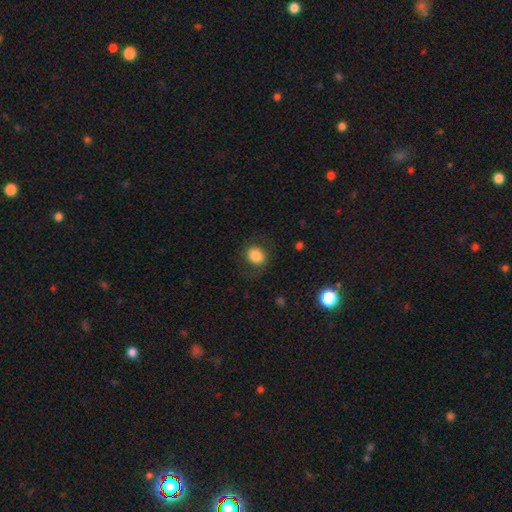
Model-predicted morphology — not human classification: The model was most divided on "how rounded": round: 69%, in between: 30%, cigar-shaped: 1%. More confident: smooth or featured — smooth (83%); merging — none (78%).